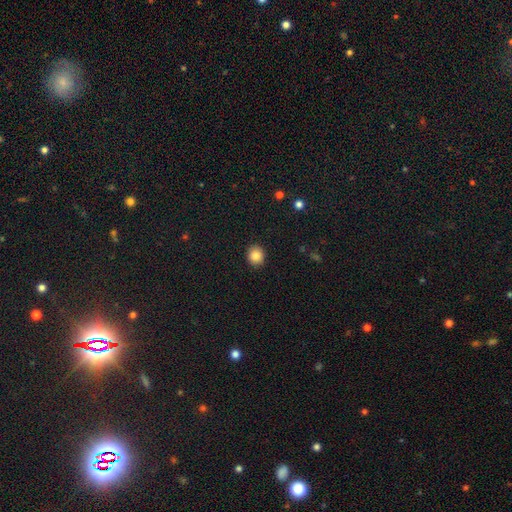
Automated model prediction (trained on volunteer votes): This is clearly a smooth galaxy (86%). How rounded: likely round (80%). Merging: clearly none (91%).